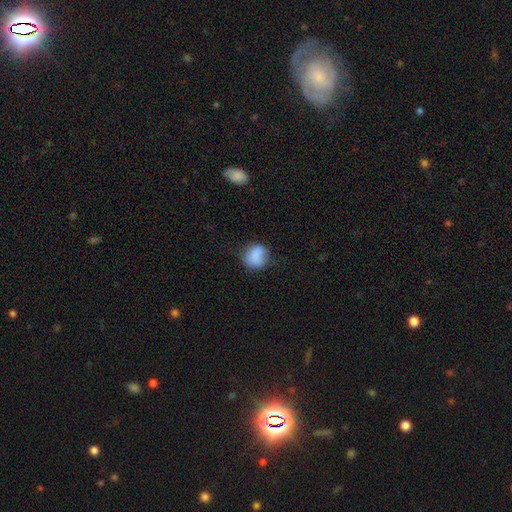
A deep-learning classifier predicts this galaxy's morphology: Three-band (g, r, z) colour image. It shows a smooth galaxy with no disk features (83%) that is round (70%). Merging: none (63%).